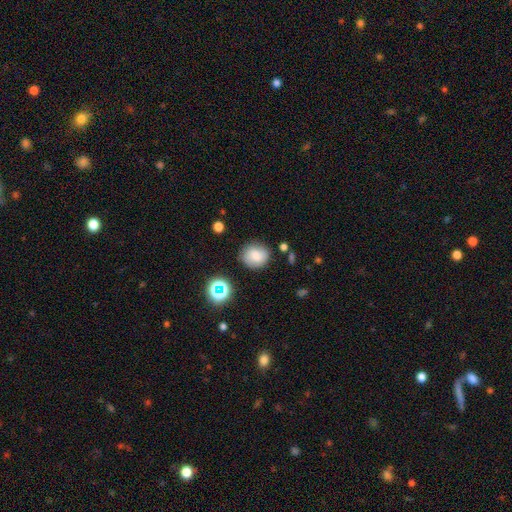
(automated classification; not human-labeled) Smooth or featured?
  - smooth: 76% *
  - star or artifact: 12%
  - featured or disk: 11%
How rounded?
  - round: 80% *
  - in between: 19%
  - cigar-shaped: 1%
Merging?
  - none: 81% *
  - minor disturbance: 12%
  - major disturbance: 4%
  - merger: 3%